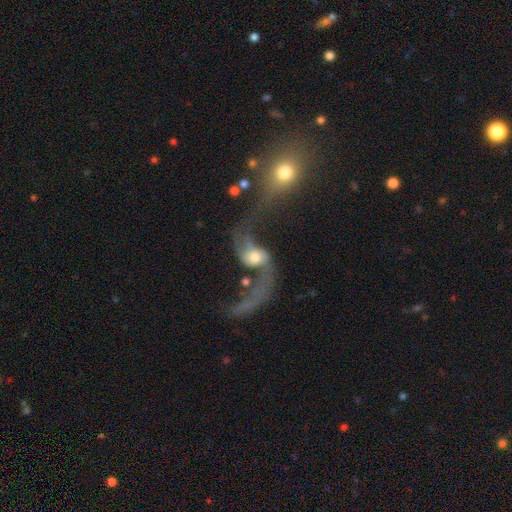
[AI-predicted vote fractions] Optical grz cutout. It shows a featured or disk galaxy (80%) with no bar (56%), 2 (87%) loose (90%) spiral arms (88%) and a moderate central bulge (58%). Merging: merger (43%).